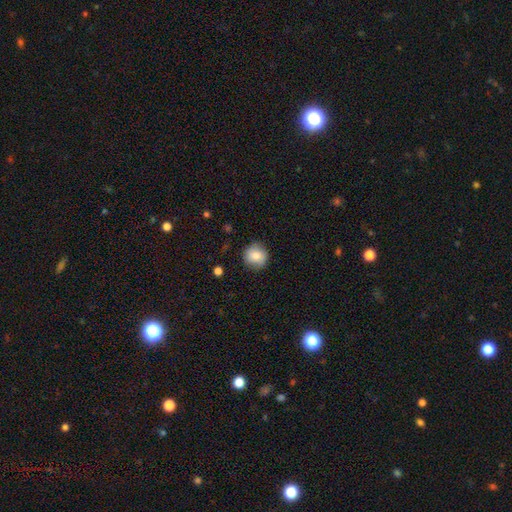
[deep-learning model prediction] smooth_or_featured: smooth (p=0.80) [alt: featured or disk p=0.11]
how_rounded: round (p=0.92) [alt: in between p=0.07]
merging: none (p=0.85) [alt: minor disturbance p=0.11]